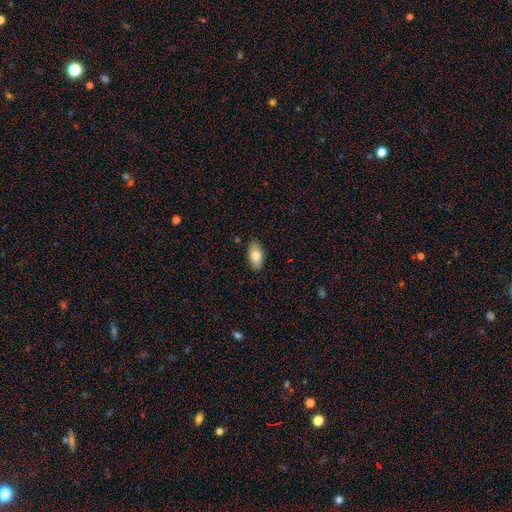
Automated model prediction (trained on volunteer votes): Smooth or featured? Predicted: smooth (p=0.79). How rounded? Predicted: in between (p=0.92). Merging? Predicted: none (p=0.86).